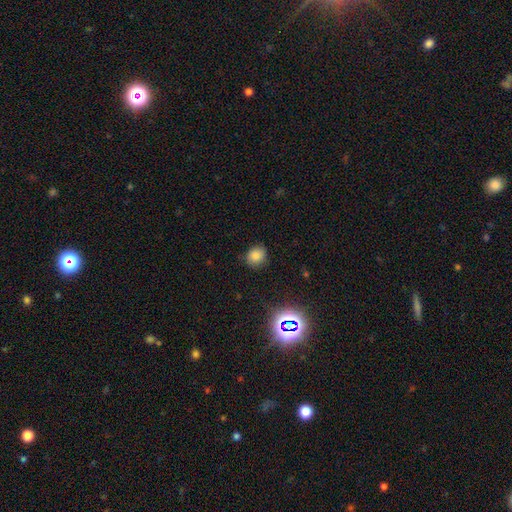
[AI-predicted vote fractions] Q: Smooth or featured?
A: smooth (79%); runner-up: star or artifact (15%)
Q: How rounded?
A: round (68%); runner-up: in between (31%)
Q: Merging?
A: none (82%); runner-up: minor disturbance (13%)